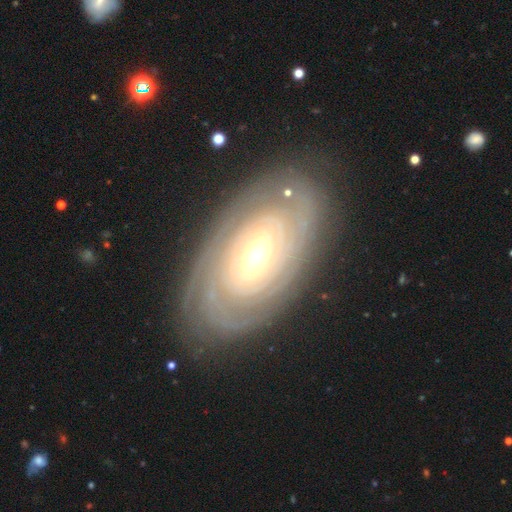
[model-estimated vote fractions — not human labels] Smooth or featured? featured or disk (85%)
Edge-on disk? no (94%)
Bar? no (53%)
Spiral arms? yes (93%)
Spiral winding? tight (83%)
Spiral arm count? can't tell (40%)
Bulge size? moderate (50%)
Merging? none (82%)